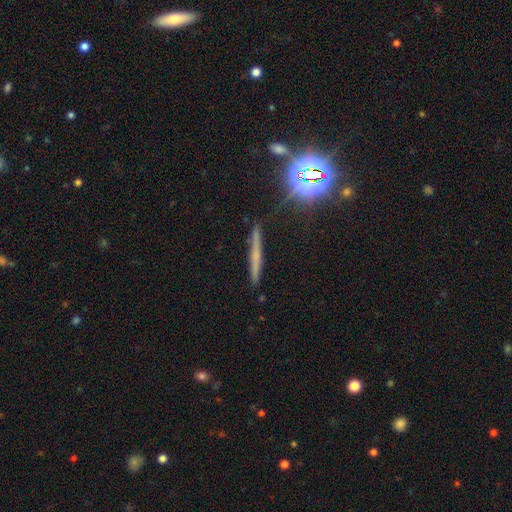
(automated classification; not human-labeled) smooth-or-featured: featured or disk: 39% | smooth: 38% | star or artifact: 22%
  merging: none: 87% | minor disturbance: 9% | major disturbance: 2% | merger: 2%